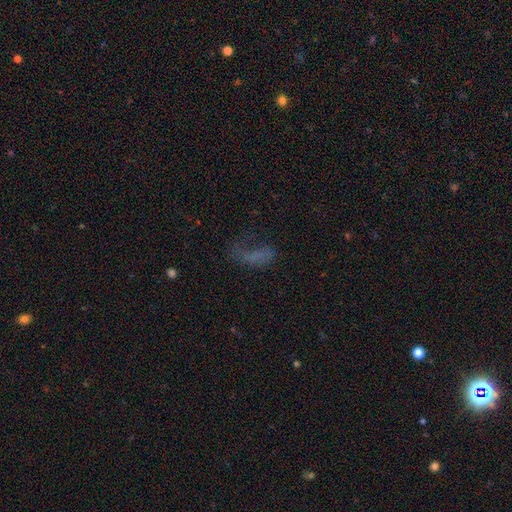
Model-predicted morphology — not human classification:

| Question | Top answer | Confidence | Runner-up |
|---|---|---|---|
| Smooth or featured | smooth | 46% | featured or disk (30%) |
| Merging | major disturbance | 42% | none (34%) |